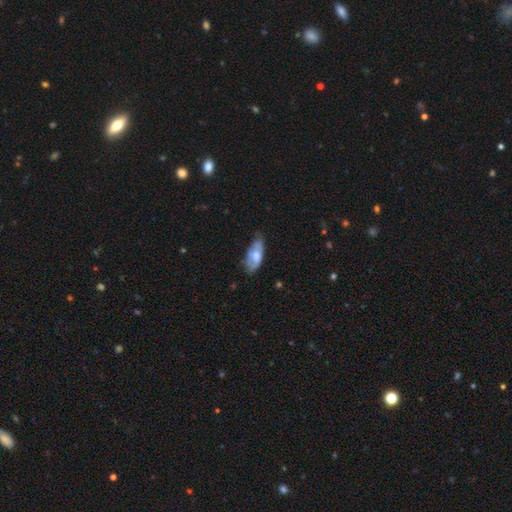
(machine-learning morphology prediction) A smooth galaxy with no disk features (61%) that is in between round and cigar-shaped (83%).

Vote fractions:
- Smooth or featured? smooth: 61% / featured or disk: 33% / star or artifact: 6%
- How rounded? in between: 83% / cigar-shaped: 14% / round: 2%
- Merging? none: 47% / minor disturbance: 39% / major disturbance: 11% / merger: 3%